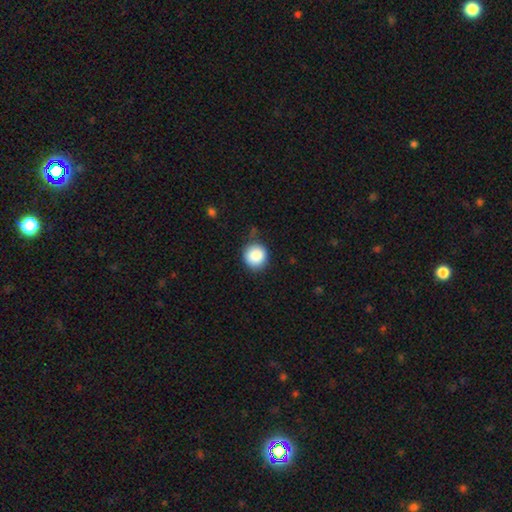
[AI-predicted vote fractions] This appears to be a smooth galaxy with no disk features (88%) that is round (90%). Merging: none (80%).